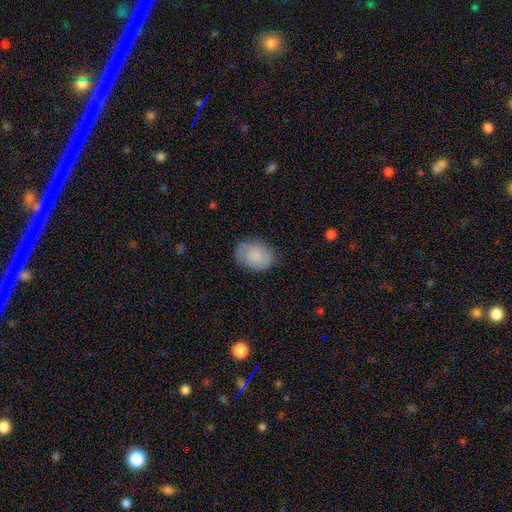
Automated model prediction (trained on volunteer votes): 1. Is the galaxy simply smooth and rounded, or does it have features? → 74% smooth, 19% featured or disk, 7% star or artifact.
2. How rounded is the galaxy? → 76% in between, 23% round, 1% cigar-shaped.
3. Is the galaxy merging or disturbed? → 76% none, 18% minor disturbance, 5% major disturbance, 1% merger.